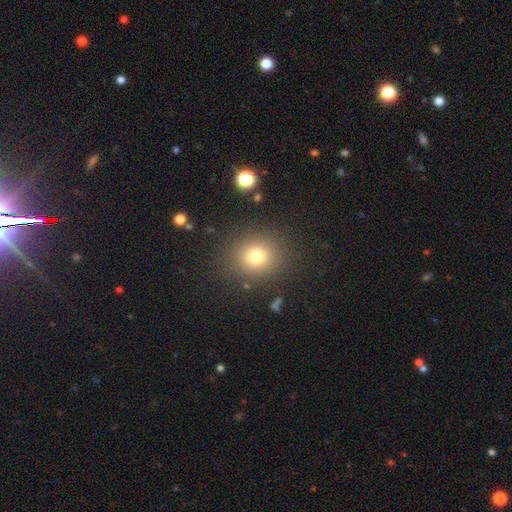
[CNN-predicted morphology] Q: Smooth or featured?
A: smooth (75%); runner-up: star or artifact (16%)
Q: How rounded?
A: round (84%); runner-up: in between (15%)
Q: Merging?
A: none (88%); runner-up: minor disturbance (7%)